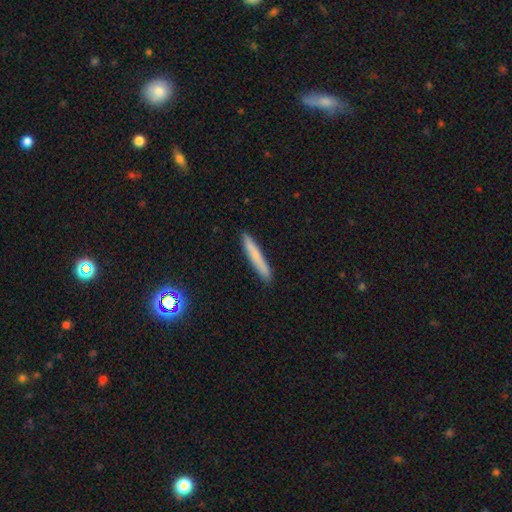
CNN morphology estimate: Smooth or featured? Predicted: smooth (p=0.71). How rounded? Predicted: cigar-shaped (p=0.95). Merging? Predicted: none (p=0.91).